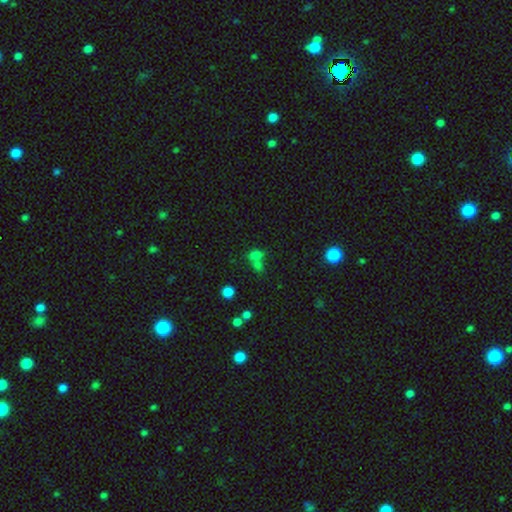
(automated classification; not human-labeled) A smooth galaxy with no disk features (58%) that is round (61%). Merging: merger (45%).